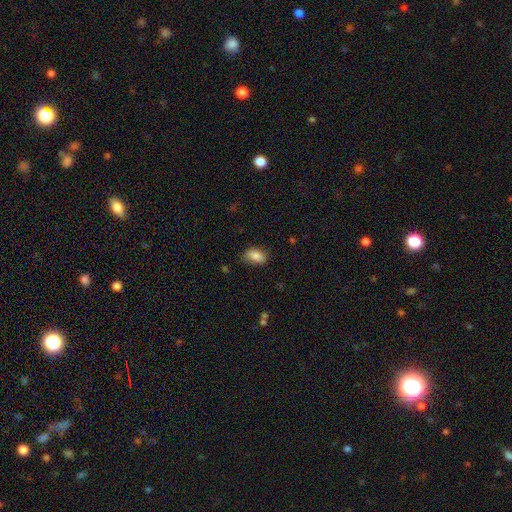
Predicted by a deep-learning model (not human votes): A smooth galaxy with no disk features (85%) that is in between round and cigar-shaped (90%).

Vote fractions:
- Smooth or featured? smooth: 85% / star or artifact: 8% / featured or disk: 7%
- How rounded? in between: 90% / round: 7% / cigar-shaped: 3%
- Merging? none: 74% / minor disturbance: 20% / major disturbance: 4% / merger: 1%